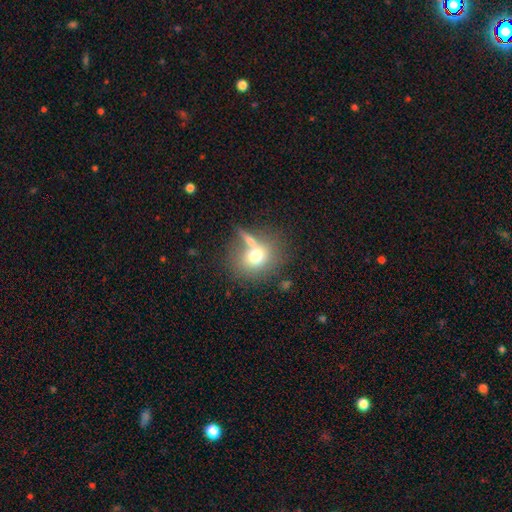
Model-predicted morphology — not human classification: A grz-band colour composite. It shows a smooth galaxy with no disk features (69%) that is round (73%). Merging: none (52%).